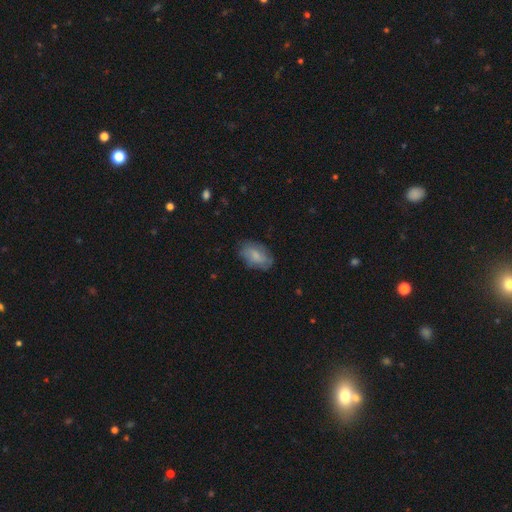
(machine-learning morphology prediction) This appears to be a smooth galaxy with no disk features (70%) that is in between round and cigar-shaped (91%). Merging: none (73%).